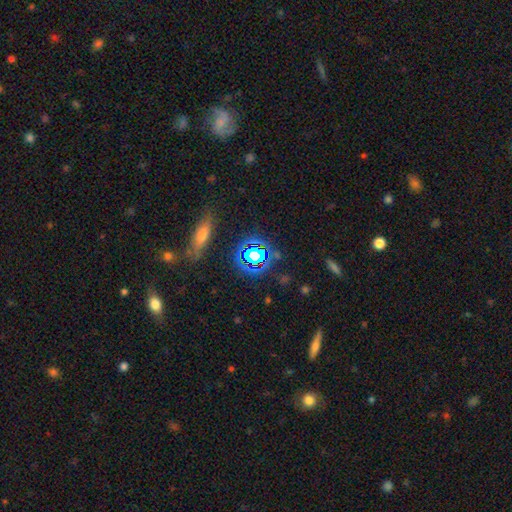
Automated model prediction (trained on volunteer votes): This is likely a star or artifact rather than a galaxy (62%).